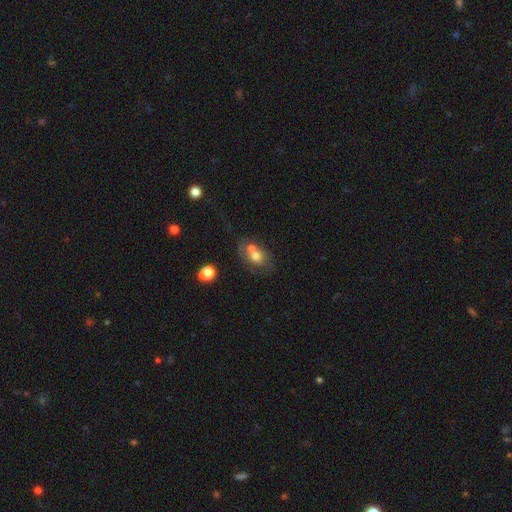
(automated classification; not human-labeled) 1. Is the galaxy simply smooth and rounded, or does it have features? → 59% smooth, 29% featured or disk, 12% star or artifact.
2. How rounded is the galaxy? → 55% in between, 44% round, 1% cigar-shaped.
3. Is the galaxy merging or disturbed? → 47% merger, 31% none, 13% minor disturbance, 9% major disturbance.